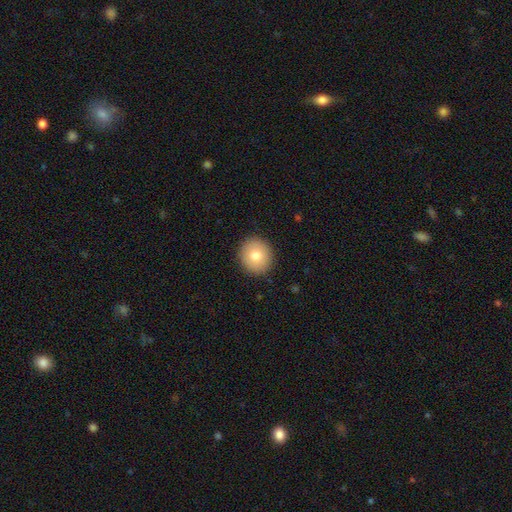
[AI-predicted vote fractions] Smooth or featured?
  - smooth: 79% *
  - featured or disk: 13%
  - star or artifact: 9%
How rounded?
  - round: 89% *
  - in between: 10%
  - cigar-shaped: 1%
Merging?
  - none: 91% *
  - minor disturbance: 6%
  - major disturbance: 2%
  - merger: 1%